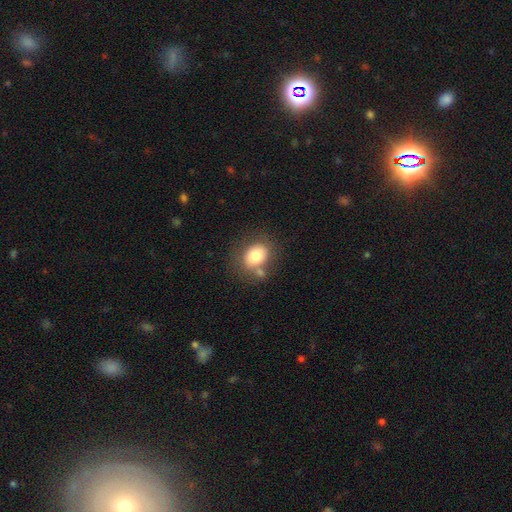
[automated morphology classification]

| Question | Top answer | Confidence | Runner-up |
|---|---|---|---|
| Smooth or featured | smooth | 79% | featured or disk (12%) |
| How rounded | in between | 55% | round (45%) |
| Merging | none | 61% | minor disturbance (17%) |